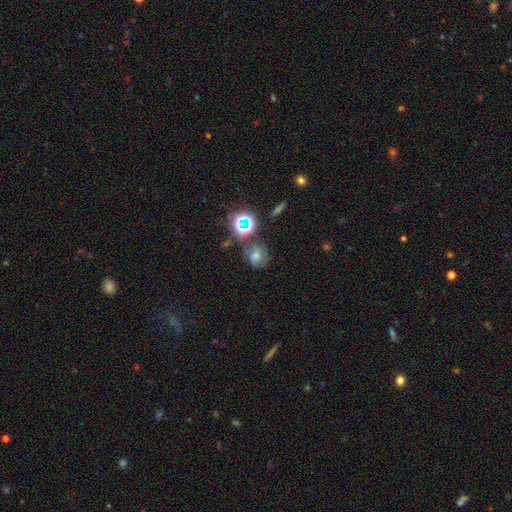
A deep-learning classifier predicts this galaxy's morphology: Smooth or featured? Predicted: smooth (p=0.40). Merging? Predicted: none (p=0.71).